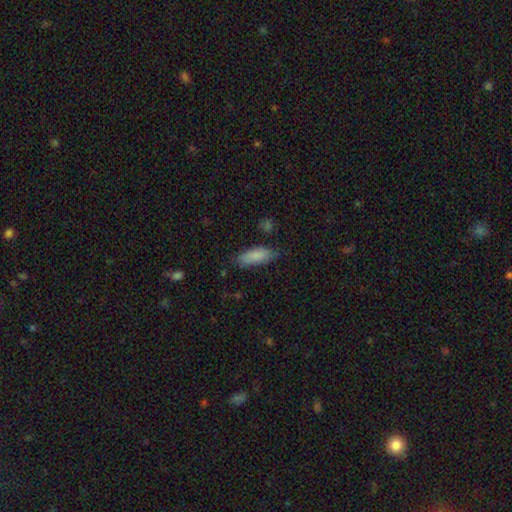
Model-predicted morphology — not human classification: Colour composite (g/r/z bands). It shows a smooth galaxy with no disk features (84%) that is in between round and cigar-shaped (70%). Merging: none (73%).